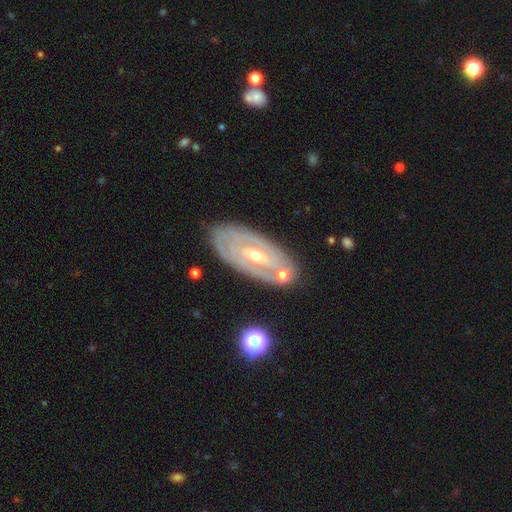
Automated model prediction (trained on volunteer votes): featured or disk 84%, smooth 11%, star or artifact 5%. Down the decision tree: edge-on disk — no (91%); bar — weak (41%); spiral arms — yes (84%); spiral arm count — can't tell (39%); spiral winding — tight (74%); bulge size — moderate (51%); merging — none (78%).